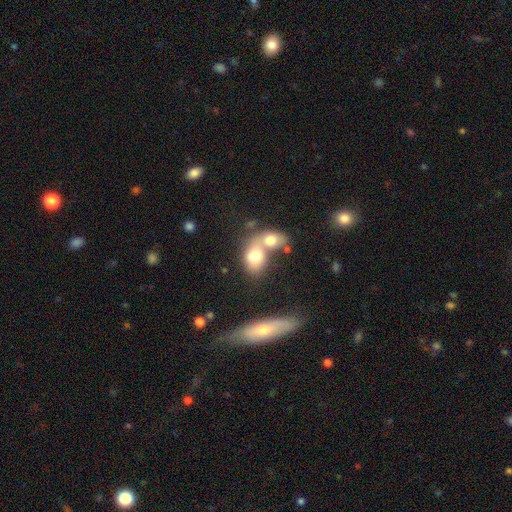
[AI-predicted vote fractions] smooth-or-featured: smooth: 70% | featured or disk: 21% | star or artifact: 9%
  how-rounded: in between: 72% | round: 26% | cigar-shaped: 2%
  merging: merger: 67% | none: 21% | minor disturbance: 7% | major disturbance: 5%